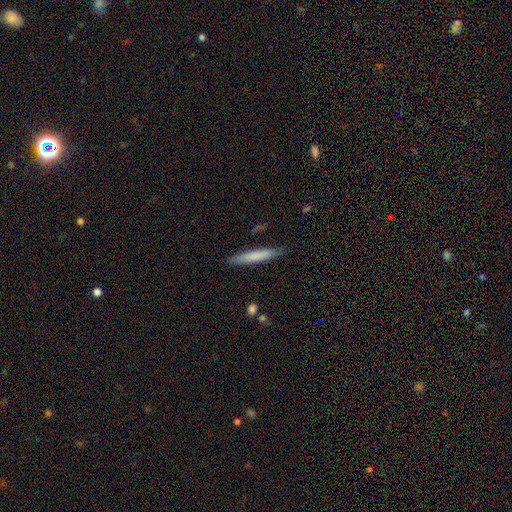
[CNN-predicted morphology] Smooth or featured? Predicted: smooth (p=0.73). How rounded? Predicted: cigar-shaped (p=0.94). Merging? Predicted: none (p=0.87).